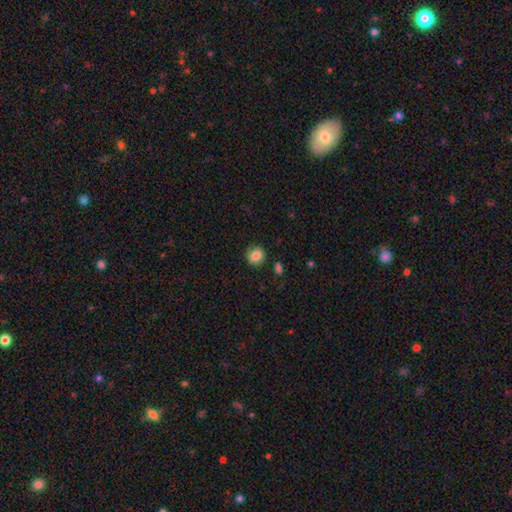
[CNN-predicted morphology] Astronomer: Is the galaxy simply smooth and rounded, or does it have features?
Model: smooth — 85%.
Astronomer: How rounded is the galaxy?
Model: round — 83%.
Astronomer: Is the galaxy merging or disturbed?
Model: none — 86%.